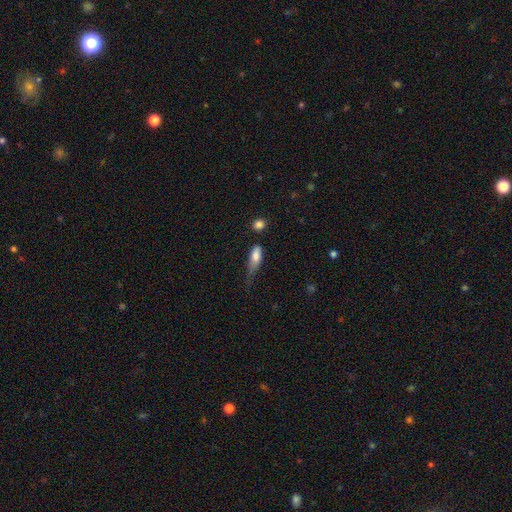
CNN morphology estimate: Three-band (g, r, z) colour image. It shows a smooth galaxy with no disk features (79%) that is in between round and cigar-shaped (73%). Merging: minor disturbance (41%).